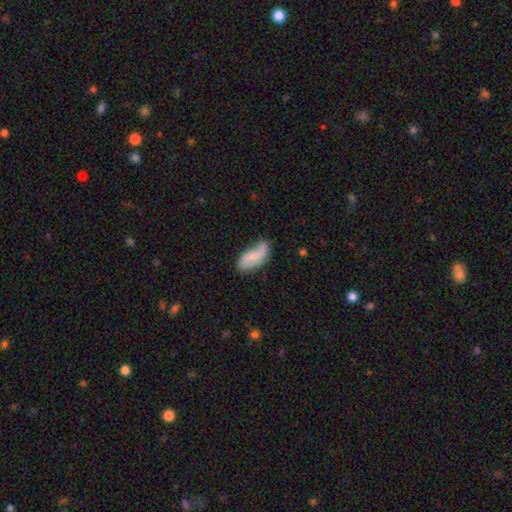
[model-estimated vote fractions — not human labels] Overall: smooth (53%; featured or disk 40%). How rounded: in between (86%). Merging: none (52%; minor disturbance 32%).